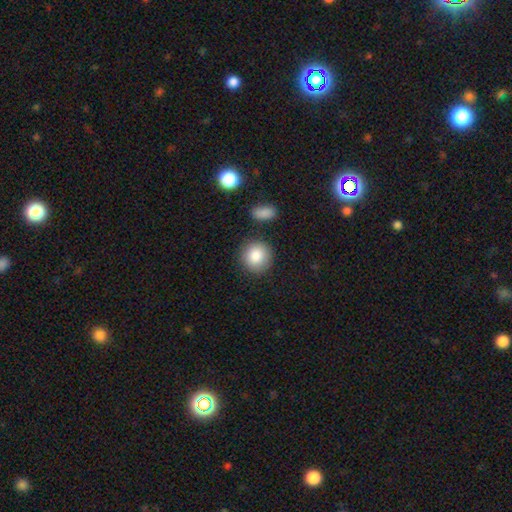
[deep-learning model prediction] The model was most divided on "merging": none: 84%, minor disturbance: 9%, merger: 4%, major disturbance: 3%. More confident: how rounded — round (89%); smooth or featured — smooth (85%).